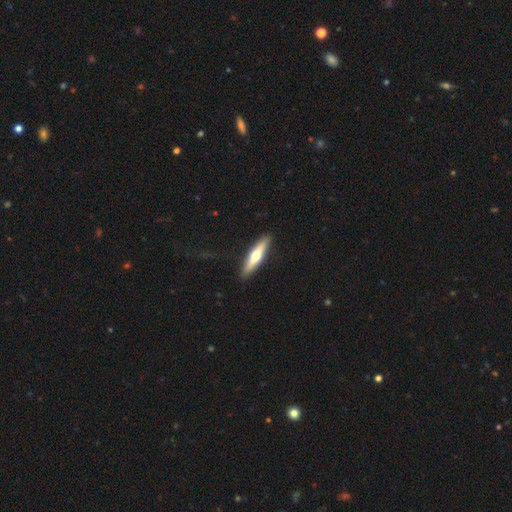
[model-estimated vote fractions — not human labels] Q: Smooth or featured?
A: featured or disk (48%); runner-up: smooth (47%)
Q: Merging?
A: none (90%); runner-up: minor disturbance (7%)